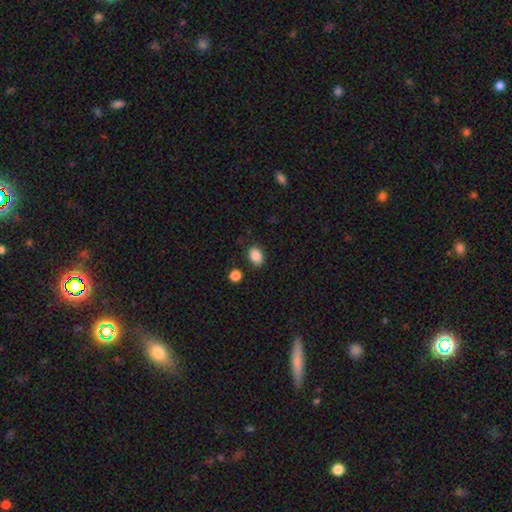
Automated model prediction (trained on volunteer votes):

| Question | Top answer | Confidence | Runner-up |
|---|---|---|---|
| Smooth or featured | smooth | 87% | star or artifact (9%) |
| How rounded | in between | 76% | round (23%) |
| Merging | none | 85% | minor disturbance (9%) |